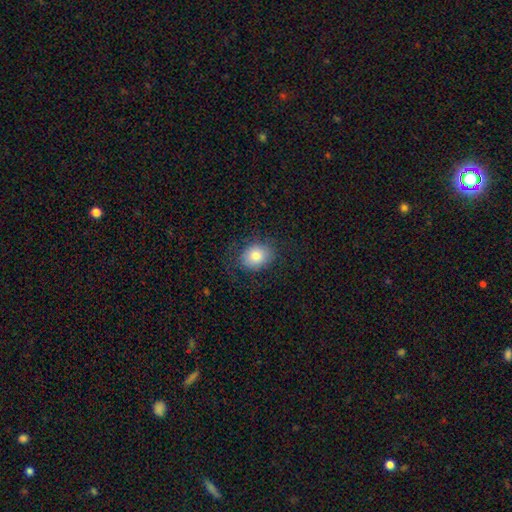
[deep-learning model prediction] Smooth or featured: smooth — 80% (featured or disk — 11%)
How rounded: round — 51% (in between — 48%)
Merging: none — 76% (minor disturbance — 15%)